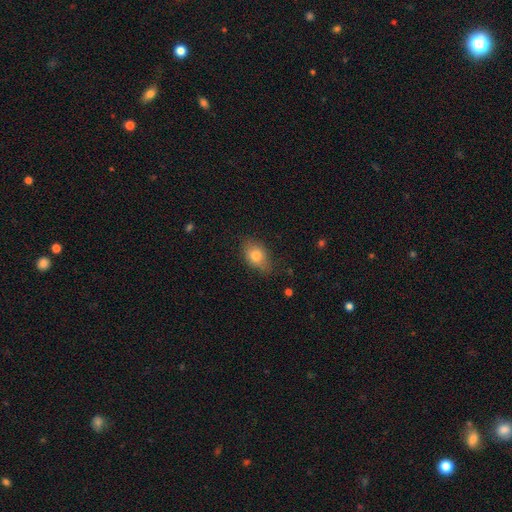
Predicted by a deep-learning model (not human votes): Morphology: type=smooth (79%); roundness=in between (81%); merging=none (71%).